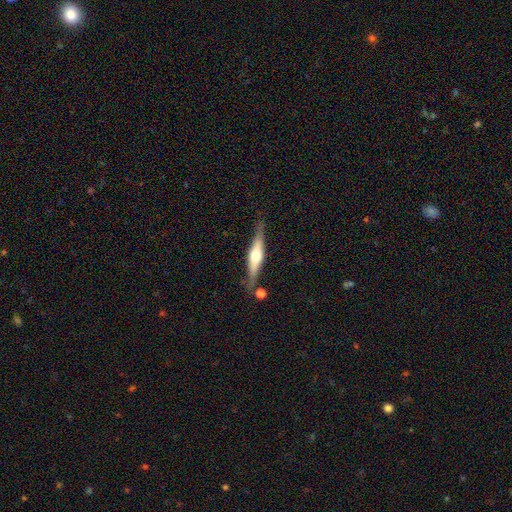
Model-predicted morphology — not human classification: The model was most divided on "smooth or featured": featured or disk: 67%, smooth: 27%, star or artifact: 6%. More confident: edge-on disk — yes (95%); edge-on bulge — rounded (85%); merging — none (78%).